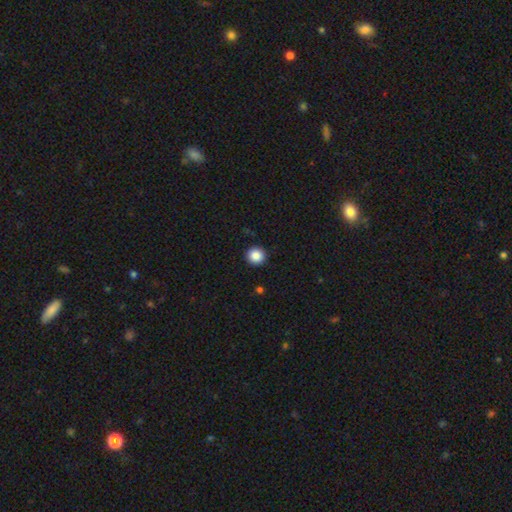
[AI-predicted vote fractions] Smooth or featured: smooth — 87% (star or artifact — 10%)
How rounded: round — 94% (in between — 5%)
Merging: none — 93% (minor disturbance — 5%)